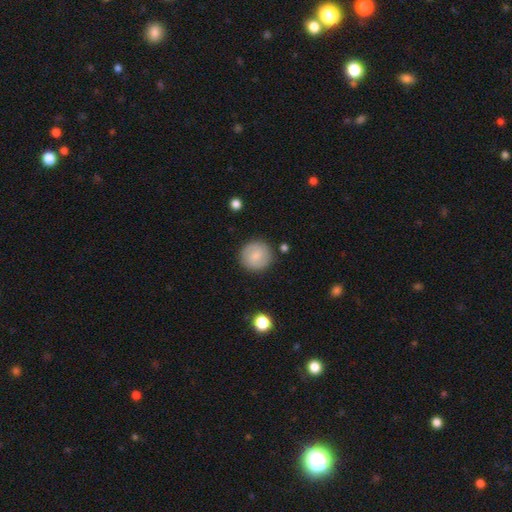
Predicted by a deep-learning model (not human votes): smooth_or_featured: smooth (p=0.72) [alt: featured or disk p=0.21]
how_rounded: round (p=0.93) [alt: in between p=0.06]
merging: none (p=0.88) [alt: minor disturbance p=0.08]